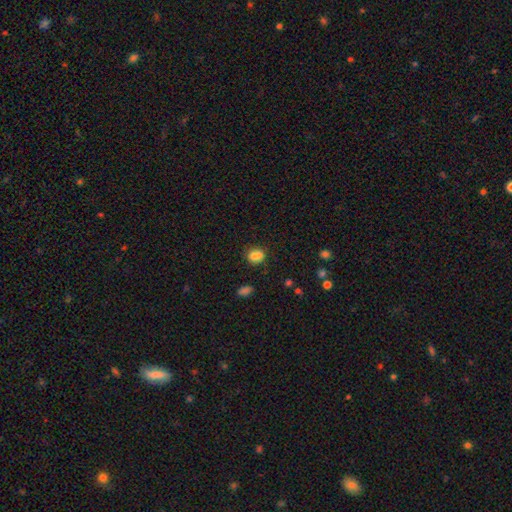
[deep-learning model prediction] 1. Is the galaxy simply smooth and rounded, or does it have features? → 77% smooth, 13% star or artifact, 10% featured or disk.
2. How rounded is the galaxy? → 57% round, 41% in between, 2% cigar-shaped.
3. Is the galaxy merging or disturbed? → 54% none, 28% merger, 14% minor disturbance, 4% major disturbance.